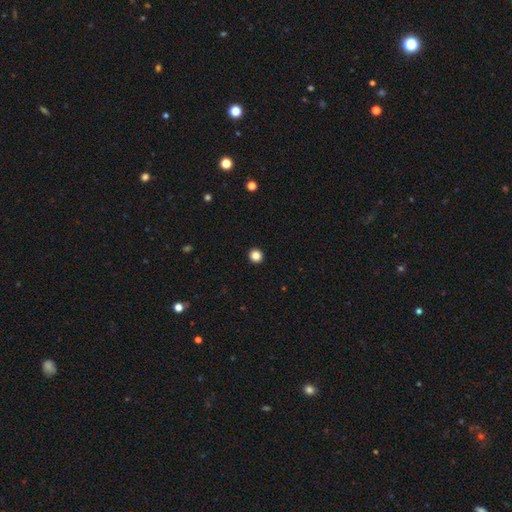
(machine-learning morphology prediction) smooth 85%, star or artifact 11%, featured or disk 4%. Down the decision tree: how rounded — round (93%); merging — none (94%).